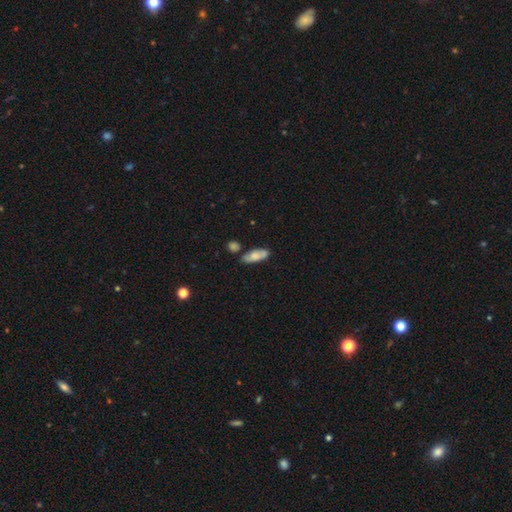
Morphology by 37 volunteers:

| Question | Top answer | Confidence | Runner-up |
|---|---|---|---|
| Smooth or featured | smooth | 59% | featured or disk (41%) |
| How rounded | in between | 77% | cigar-shaped (18%) |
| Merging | none | 76% | minor disturbance (16%) |